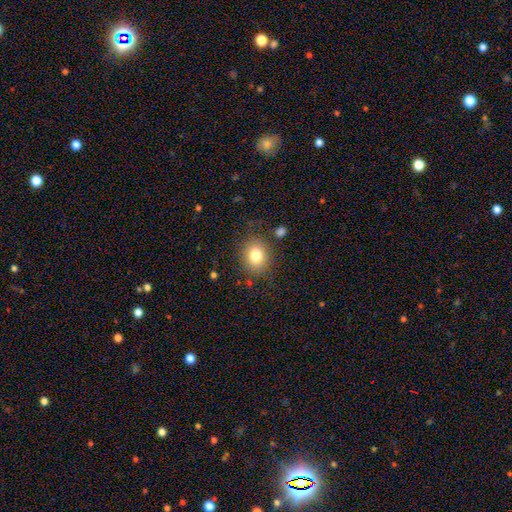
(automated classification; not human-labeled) Q: Smooth or featured?
A: smooth (80%); runner-up: star or artifact (11%)
Q: How rounded?
A: round (69%); runner-up: in between (30%)
Q: Merging?
A: none (83%); runner-up: minor disturbance (11%)